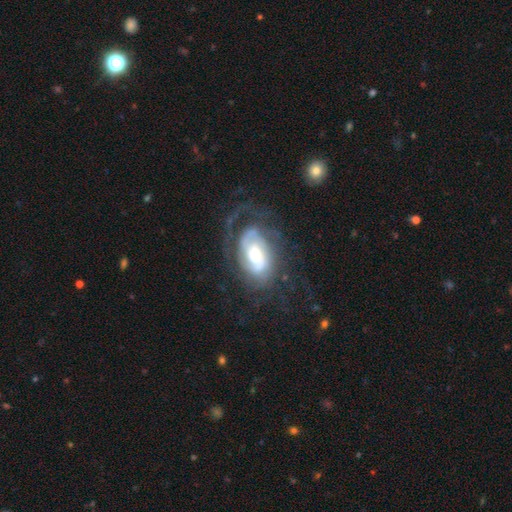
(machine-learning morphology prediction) featured or disk 82%, smooth 12%, star or artifact 6%. Down the decision tree: edge-on disk — no (96%); bar — no (51%); spiral arms — yes (93%); spiral arm count — 2 (46%); spiral winding — tight (46%); bulge size — large (39%); merging — none (55%).